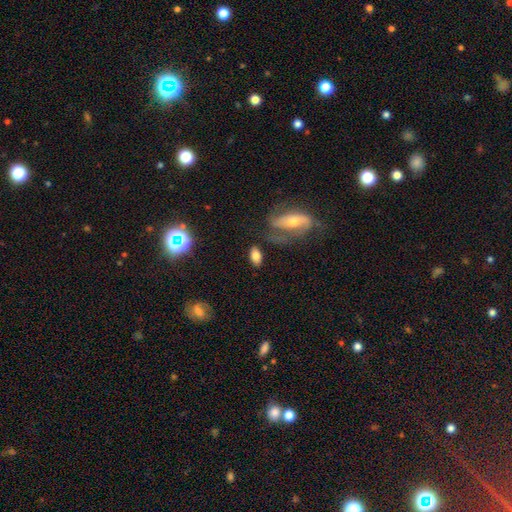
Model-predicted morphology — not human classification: Smooth or featured? smooth (76%)
How rounded? in between (91%)
Merging? none (73%)